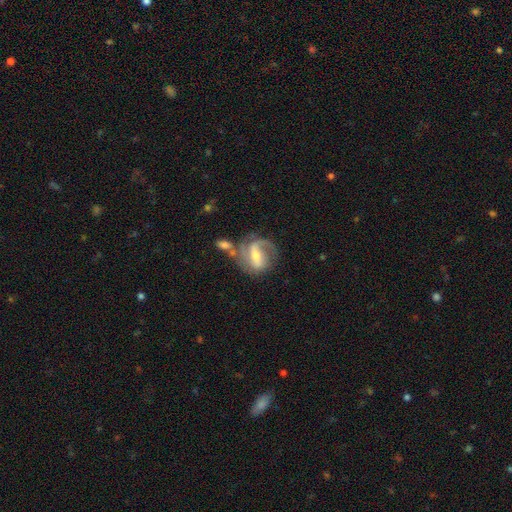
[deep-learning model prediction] featured or disk 81%, smooth 13%, star or artifact 6%. Down the decision tree: edge-on disk — no (97%); bar — weak (43%); spiral arms — yes (93%); spiral arm count — 2 (64%); spiral winding — medium (49%); bulge size — moderate (53%); merging — none (50%).